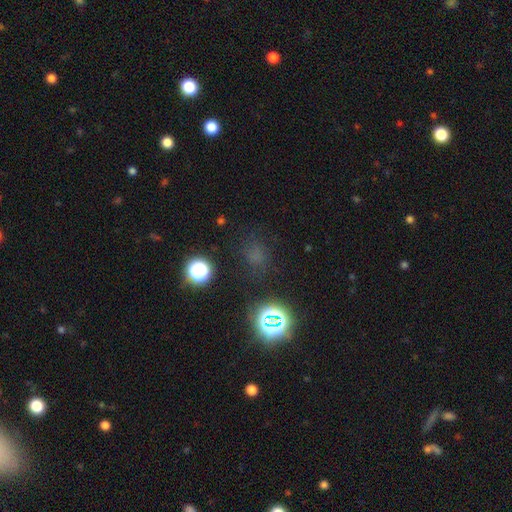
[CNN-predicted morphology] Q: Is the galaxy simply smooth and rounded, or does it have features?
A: smooth — 47%.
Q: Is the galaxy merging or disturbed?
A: none — 79%.